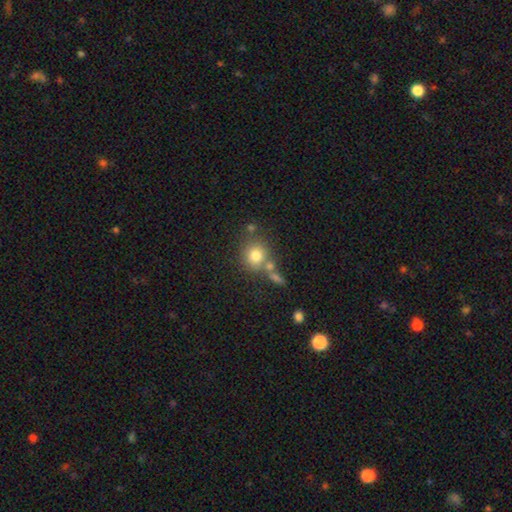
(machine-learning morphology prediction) smooth 78%, star or artifact 11%, featured or disk 11%. Down the decision tree: how rounded — round (83%); merging — none (60%).